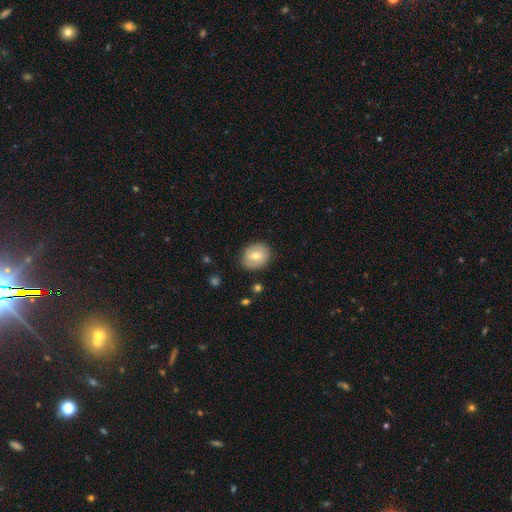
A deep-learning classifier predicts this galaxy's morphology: A smooth galaxy with no disk features (69%) that is round (63%). Merging: none (84%).